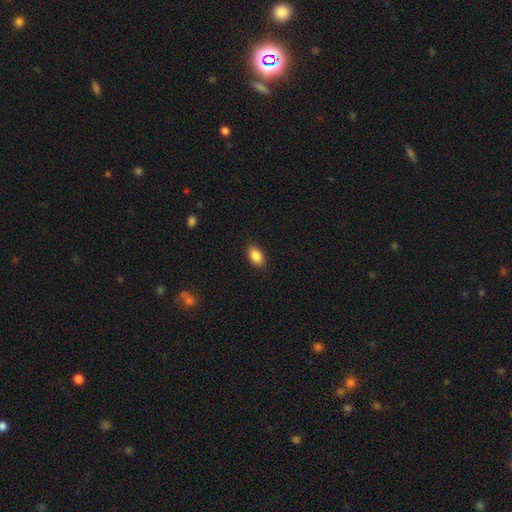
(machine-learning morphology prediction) This appears to be a smooth galaxy with no disk features (88%) that is in between round and cigar-shaped (89%). Merging: none (88%).